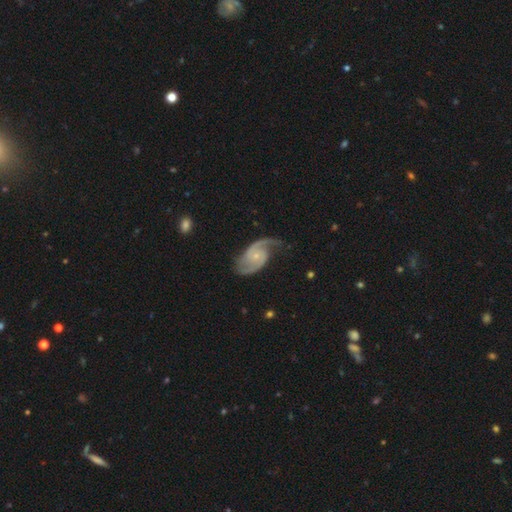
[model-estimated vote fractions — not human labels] A featured or disk galaxy (90%) with no bar (66%), 2 (90%) medium (53%) spiral arms (98%) and a small central bulge (70%). Merging: none (68%).